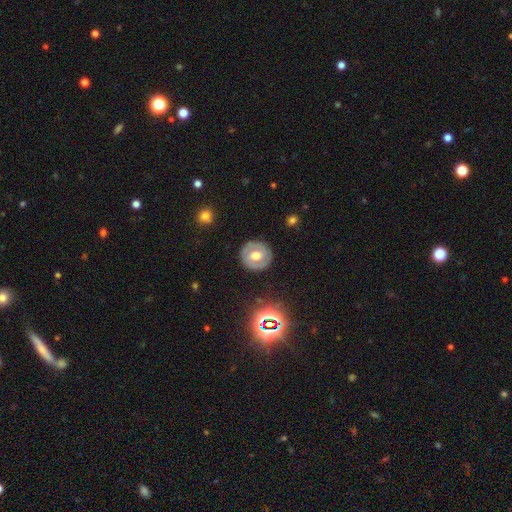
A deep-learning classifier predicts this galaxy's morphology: featured or disk 61%, smooth 31%, star or artifact 8%. Down the decision tree: edge-on disk — no (96%); bar — no (42%); spiral arms — yes (61%); bulge size — moderate (74%); merging — none (85%).